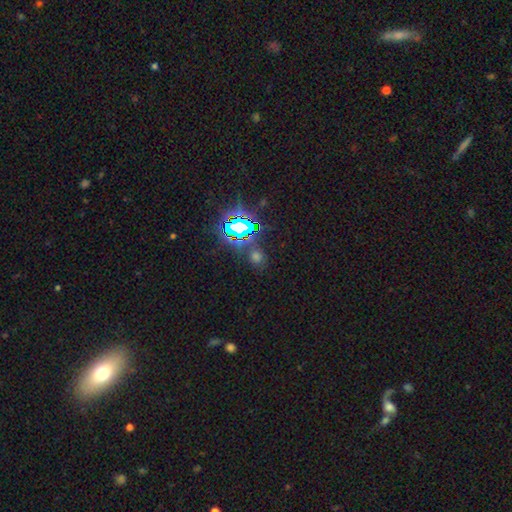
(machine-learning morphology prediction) Smooth or featured: star or artifact — 61% (smooth — 31%)